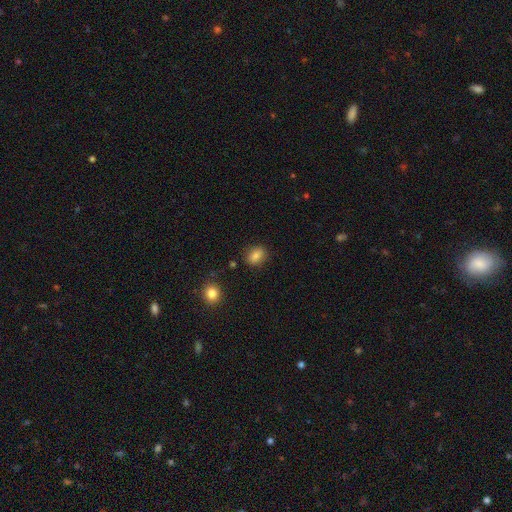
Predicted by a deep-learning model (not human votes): This is clearly a smooth galaxy (84%). How rounded: possibly in between (59%). Merging: clearly none (85%).